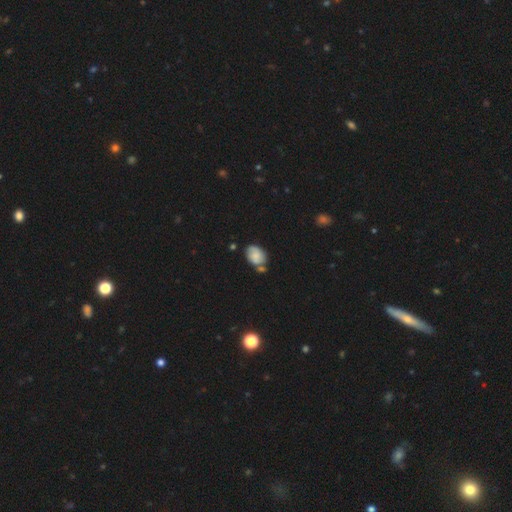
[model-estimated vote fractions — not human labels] smooth 61%, featured or disk 29%, star or artifact 10%. Down the decision tree: how rounded — in between (77%); merging — none (46%).